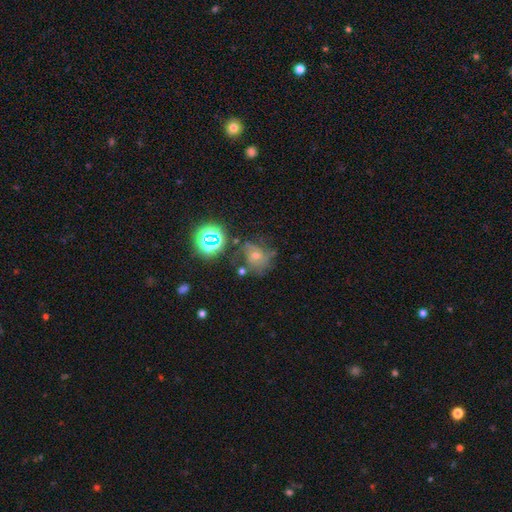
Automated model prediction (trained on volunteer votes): Q: Smooth or featured?
A: star or artifact (38%); tied with: featured or disk (38%)